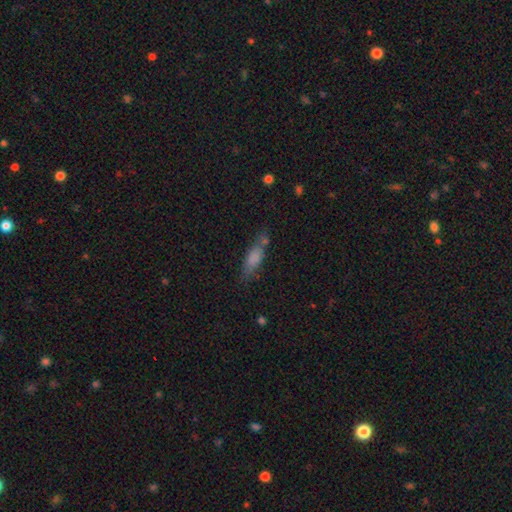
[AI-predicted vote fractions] Smooth or featured: smooth — 70% (featured or disk — 20%)
How rounded: cigar-shaped — 55% (in between — 43%)
Merging: none — 63% (minor disturbance — 20%)